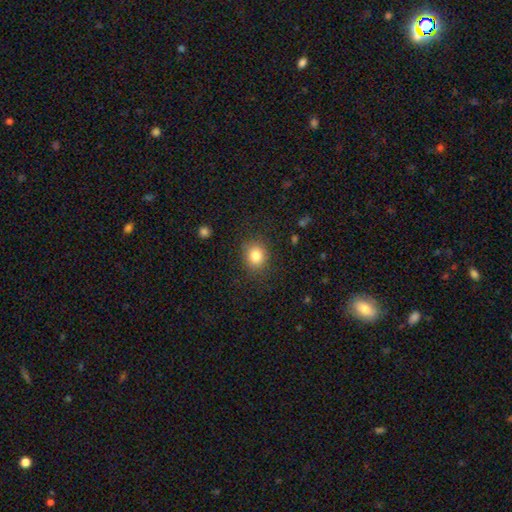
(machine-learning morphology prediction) A smooth galaxy with no disk features (83%) that is round (73%).

Vote fractions:
- Smooth or featured? smooth: 83% / star or artifact: 10% / featured or disk: 7%
- How rounded? round: 73% / in between: 26% / cigar-shaped: 1%
- Merging? none: 84% / minor disturbance: 11% / major disturbance: 4% / merger: 1%